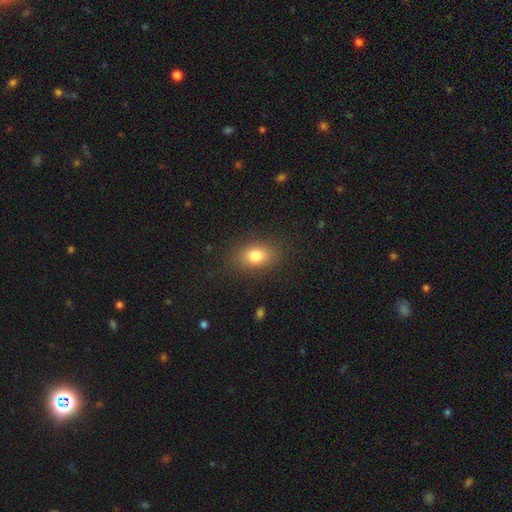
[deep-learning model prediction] A smooth galaxy with no disk features (80%) that is in between round and cigar-shaped (77%). Merging: none (85%).